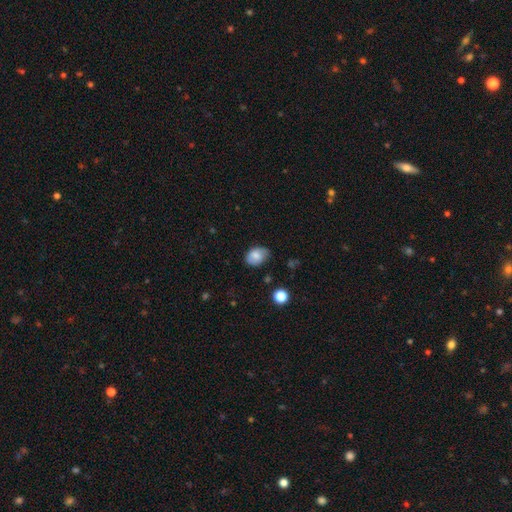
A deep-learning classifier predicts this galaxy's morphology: type=smooth (74%); roundness=in between (74%); merging=none (70%).